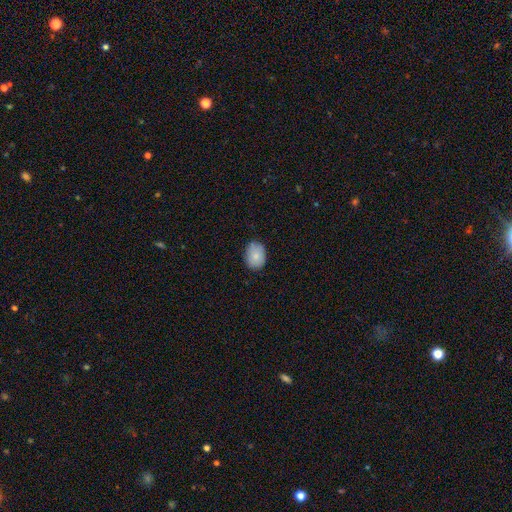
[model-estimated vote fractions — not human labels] Q: Smooth or featured?
A: smooth (84%); runner-up: featured or disk (9%)
Q: How rounded?
A: in between (69%); runner-up: round (30%)
Q: Merging?
A: none (77%); runner-up: minor disturbance (19%)